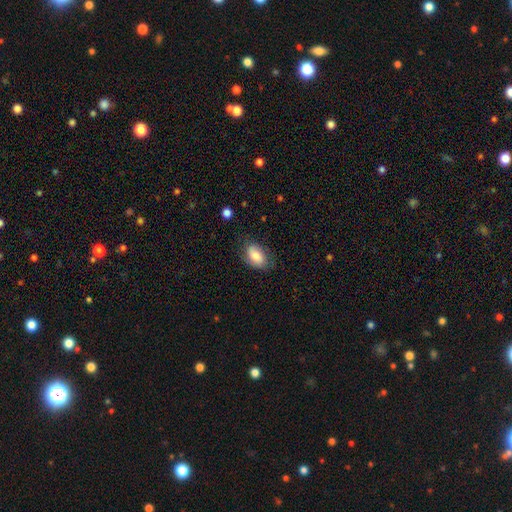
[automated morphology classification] smooth-or-featured: smooth: 77% | featured or disk: 16% | star or artifact: 7%
  how-rounded: in between: 91% | round: 7% | cigar-shaped: 2%
  merging: none: 71% | minor disturbance: 22% | major disturbance: 6% | merger: 1%